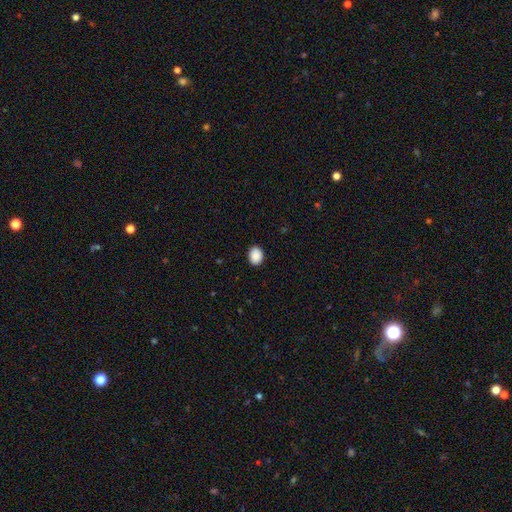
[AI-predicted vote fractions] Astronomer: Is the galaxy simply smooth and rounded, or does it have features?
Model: smooth — 90%.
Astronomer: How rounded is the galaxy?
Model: in between — 55% (runner-up: round, 44%).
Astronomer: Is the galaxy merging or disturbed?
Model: none — 91%.